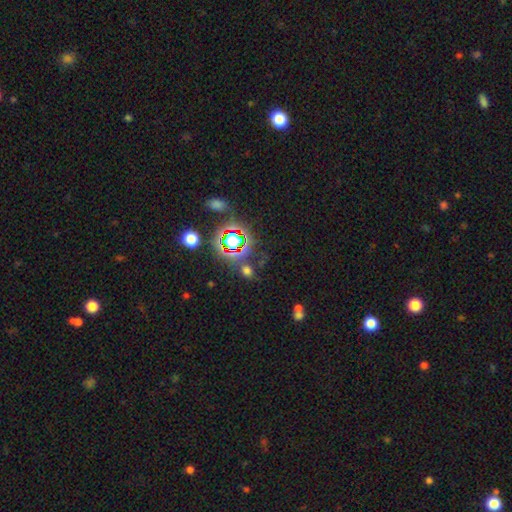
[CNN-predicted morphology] This is likely a star or artifact rather than a galaxy (75%).